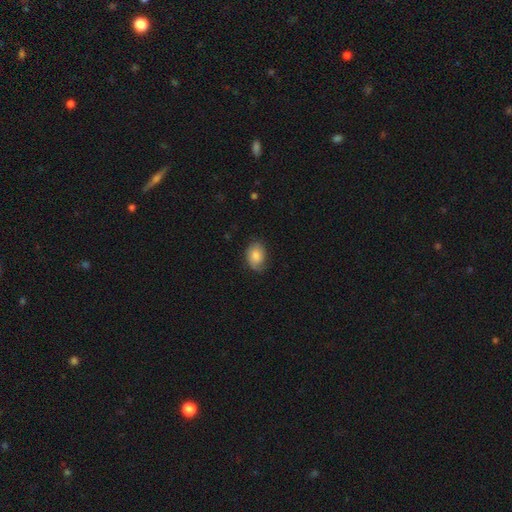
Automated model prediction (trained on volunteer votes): The model was most divided on "merging": none: 67%, minor disturbance: 25%, major disturbance: 7%, merger: 1%. More confident: how rounded — in between (75%); smooth or featured — smooth (73%).